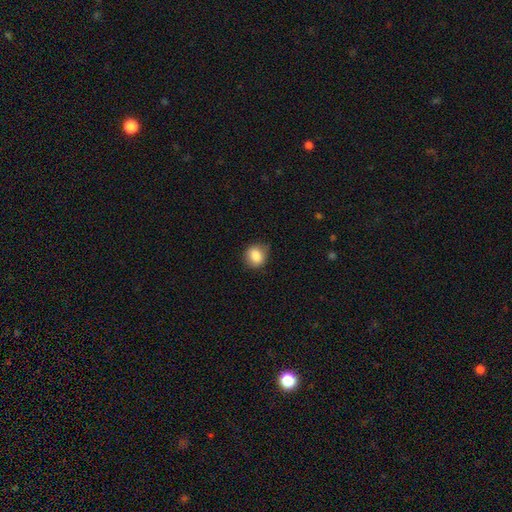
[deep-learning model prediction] Q: Smooth or featured?
A: smooth (86%); runner-up: star or artifact (9%)
Q: How rounded?
A: round (68%); runner-up: in between (31%)
Q: Merging?
A: none (76%); runner-up: minor disturbance (19%)